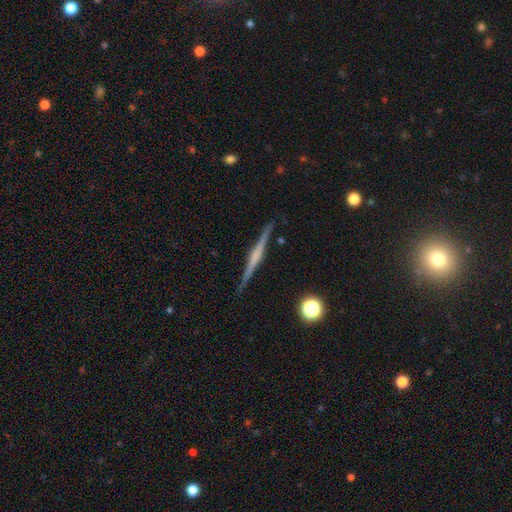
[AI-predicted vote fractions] Smooth or featured?
  - featured or disk: 75% *
  - smooth: 19%
  - star or artifact: 6%
Edge-on disk?
  - yes: 98% *
  - no: 2%
Edge-on bulge?
  - rounded: 46% *
  - none: 30%
  - boxy: 24%
Merging?
  - none: 91% *
  - minor disturbance: 7%
  - major disturbance: 1%
  - merger: 1%